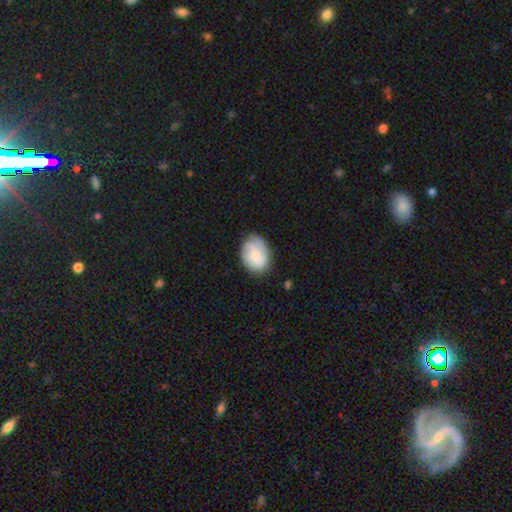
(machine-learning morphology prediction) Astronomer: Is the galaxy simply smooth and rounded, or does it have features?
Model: featured or disk — 62%.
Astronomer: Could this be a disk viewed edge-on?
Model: no — 98%.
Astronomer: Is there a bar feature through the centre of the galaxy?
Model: no — 63%.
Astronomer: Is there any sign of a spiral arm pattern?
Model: yes — 93%.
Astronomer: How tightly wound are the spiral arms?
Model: tight — 44% (runner-up: medium, 40%).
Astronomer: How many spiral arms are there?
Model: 2 — 33% (runner-up: 3, 29%).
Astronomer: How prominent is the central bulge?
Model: small — 52%.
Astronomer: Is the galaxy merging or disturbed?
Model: none — 73%.